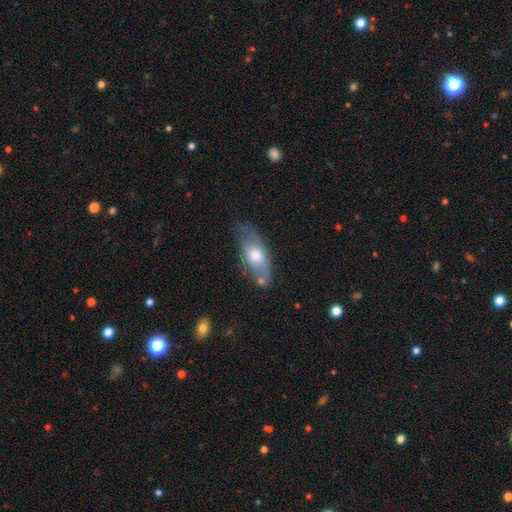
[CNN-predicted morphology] Smooth or featured? Predicted: smooth (p=0.53). How rounded? Predicted: in between (p=0.78). Merging? Predicted: none (p=0.60).